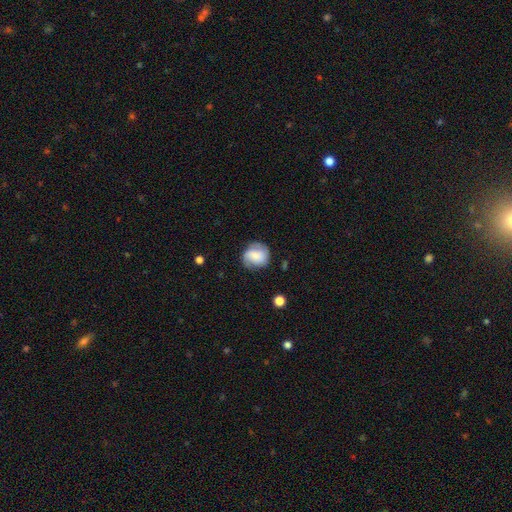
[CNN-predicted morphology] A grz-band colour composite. It shows a featured or disk galaxy (46%, tied with smooth). Merging: none (74%).